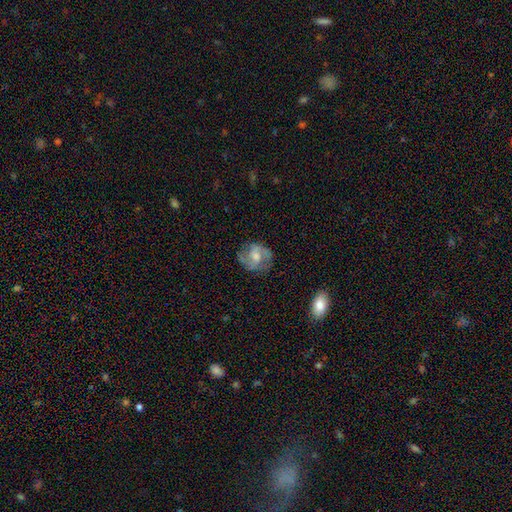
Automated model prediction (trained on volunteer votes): Overall: featured or disk (61%; smooth 32%). Edge-on disk: no (97%). Bar: no (47%; weak 42%). Spiral arms: yes (81%). Bulge size: moderate (53%; small 23%). Merging: none (70%).